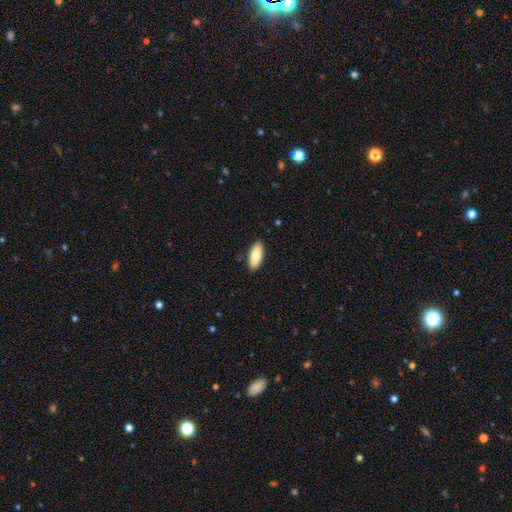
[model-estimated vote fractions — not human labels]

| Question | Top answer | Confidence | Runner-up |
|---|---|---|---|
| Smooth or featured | smooth | 81% | featured or disk (13%) |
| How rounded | in between | 79% | cigar-shaped (19%) |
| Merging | none | 88% | minor disturbance (9%) |